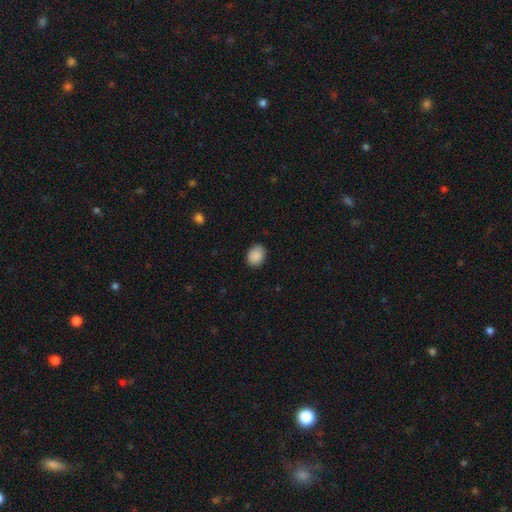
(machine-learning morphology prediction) This is clearly a smooth galaxy (89%). How rounded: possibly in between (53%). Merging: clearly none (87%).